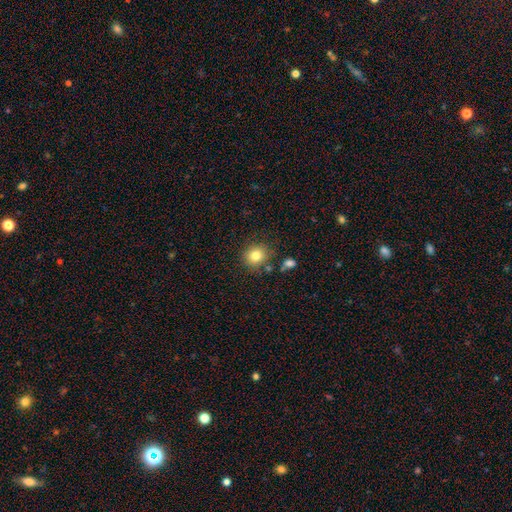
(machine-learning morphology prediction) Smooth or featured? Predicted: smooth (p=0.82). How rounded? Predicted: round (p=0.81). Merging? Predicted: none (p=0.79).